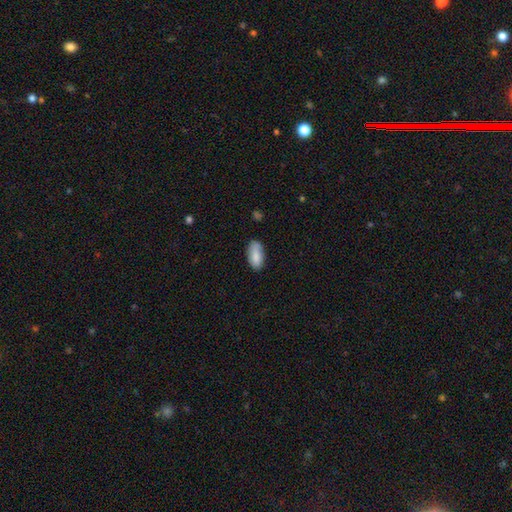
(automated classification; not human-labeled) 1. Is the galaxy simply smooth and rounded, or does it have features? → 84% smooth, 9% featured or disk, 7% star or artifact.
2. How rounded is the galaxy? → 91% in between, 6% cigar-shaped, 3% round.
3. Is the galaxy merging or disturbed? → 70% none, 22% minor disturbance, 4% major disturbance, 3% merger.